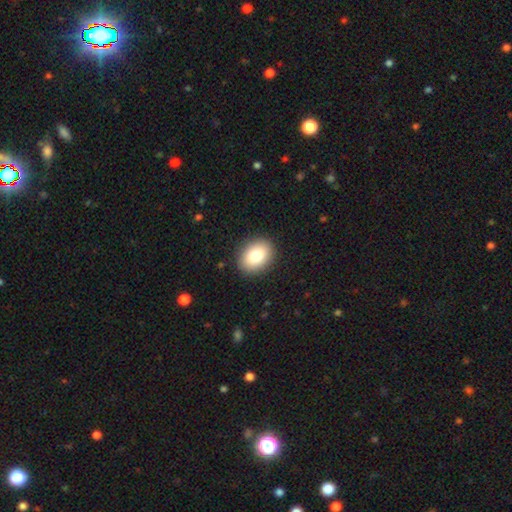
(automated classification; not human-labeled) Overall: smooth (81%). How rounded: in between (68%; round 31%). Merging: none (90%).